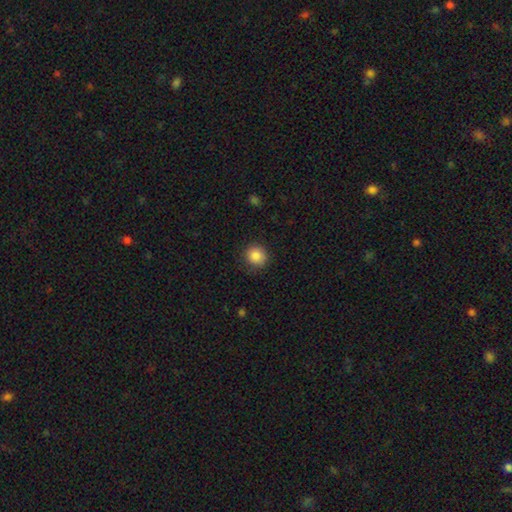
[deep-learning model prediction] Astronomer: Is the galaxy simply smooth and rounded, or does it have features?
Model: smooth — 87%.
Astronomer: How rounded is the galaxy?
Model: round — 90%.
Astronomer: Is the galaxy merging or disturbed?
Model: none — 87%.